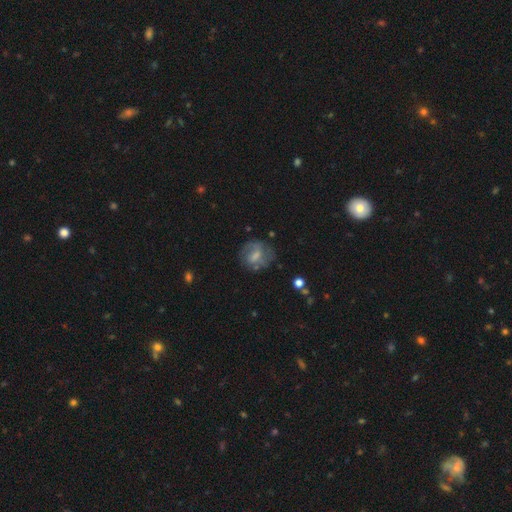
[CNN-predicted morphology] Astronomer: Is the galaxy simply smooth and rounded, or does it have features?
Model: smooth — 47% (runner-up: featured or disk, 44%).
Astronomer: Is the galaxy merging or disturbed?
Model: none — 62%.